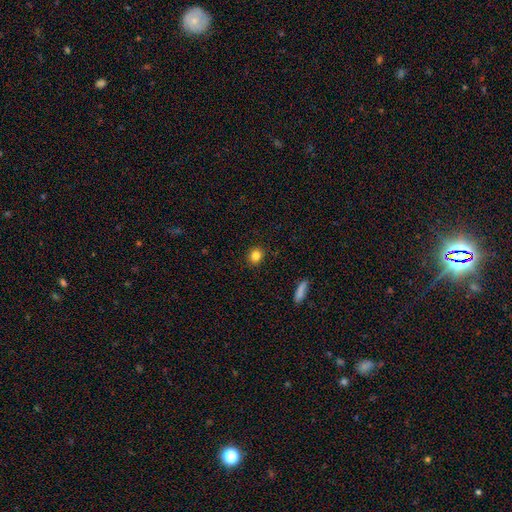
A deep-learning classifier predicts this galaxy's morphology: This is clearly a smooth galaxy (83%). How rounded: clearly round (82%). Merging: clearly none (90%).